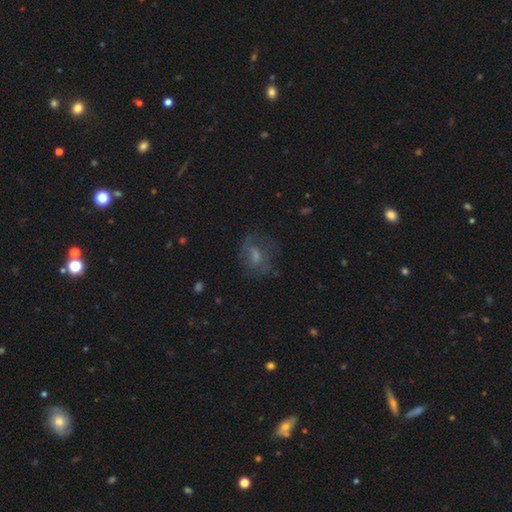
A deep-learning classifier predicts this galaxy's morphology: This appears to be a smooth galaxy with no disk features (46%). Merging: none (54%).